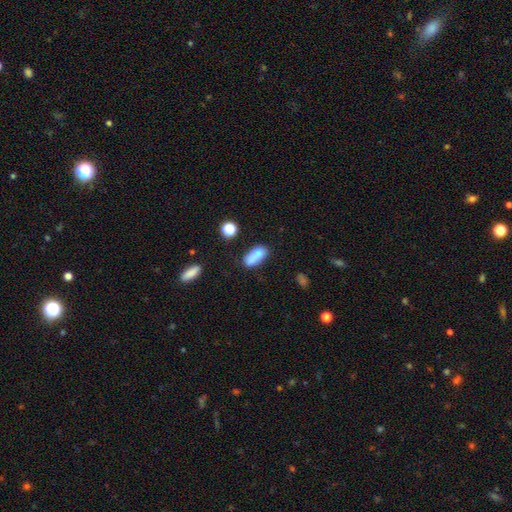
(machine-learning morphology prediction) A smooth galaxy with no disk features (75%) that is in between round and cigar-shaped (76%).

Vote fractions:
- Smooth or featured? smooth: 75% / featured or disk: 15% / star or artifact: 10%
- How rounded? in between: 76% / cigar-shaped: 17% / round: 7%
- Merging? none: 47% / merger: 27% / minor disturbance: 18% / major disturbance: 8%